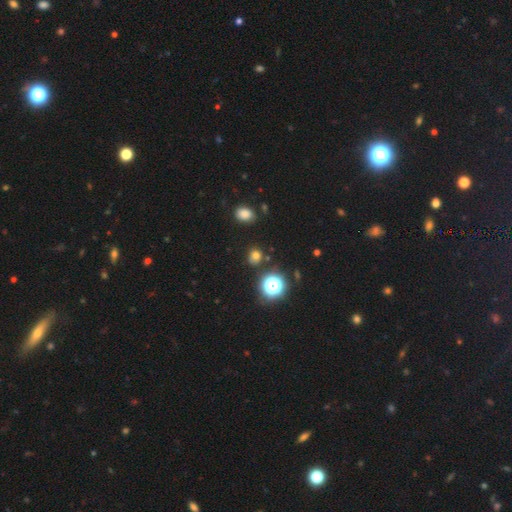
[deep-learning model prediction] Smooth or featured? smooth (68%)
How rounded? round (74%)
Merging? none (82%)